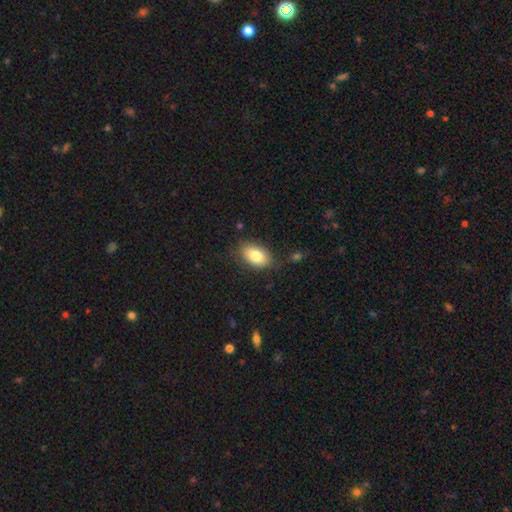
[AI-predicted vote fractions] This appears to be a smooth galaxy with no disk features (82%) that is in between round and cigar-shaped (91%). Merging: none (81%).